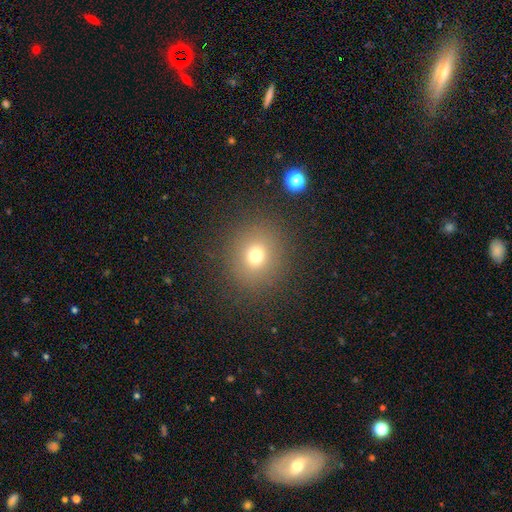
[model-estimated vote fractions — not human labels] smooth_or_featured: smooth (p=0.71) [alt: star or artifact p=0.18]
how_rounded: round (p=0.81) [alt: in between p=0.18]
merging: none (p=0.86) [alt: minor disturbance p=0.08]